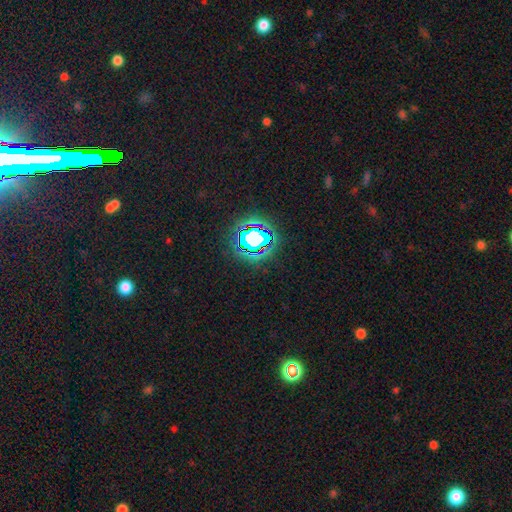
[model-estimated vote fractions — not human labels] A star or artifact, not a galaxy (76%).

Vote fractions:
- Smooth or featured? star or artifact: 76% / smooth: 16% / featured or disk: 8%